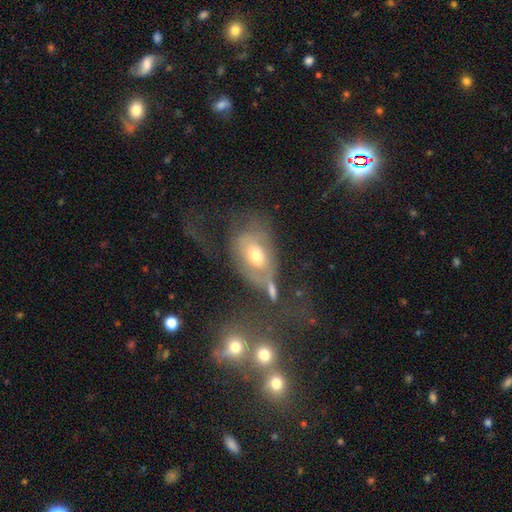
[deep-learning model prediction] This is possibly a featured or disk galaxy (50%). Merging: marginally major disturbance (38%).